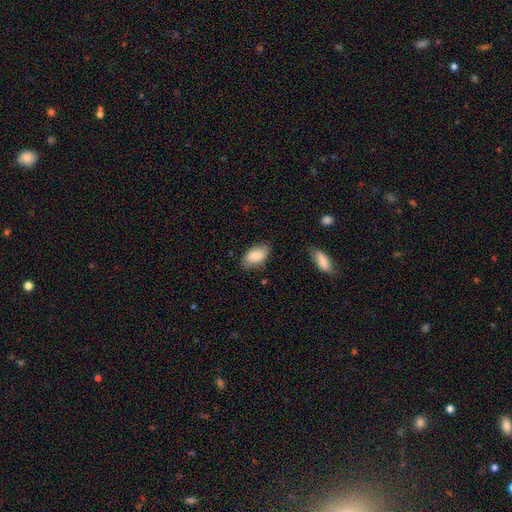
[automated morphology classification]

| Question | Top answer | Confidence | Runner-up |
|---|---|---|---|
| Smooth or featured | smooth | 85% | featured or disk (9%) |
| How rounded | in between | 94% | round (4%) |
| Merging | none | 79% | minor disturbance (16%) |